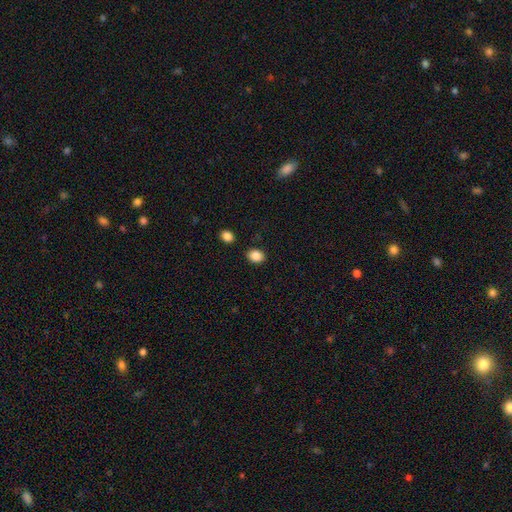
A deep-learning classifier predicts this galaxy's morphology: Smooth or featured?
  - smooth: 87% *
  - star or artifact: 9%
  - featured or disk: 4%
How rounded?
  - in between: 54% *
  - round: 45%
  - cigar-shaped: 1%
Merging?
  - none: 86% *
  - minor disturbance: 9%
  - merger: 3%
  - major disturbance: 3%